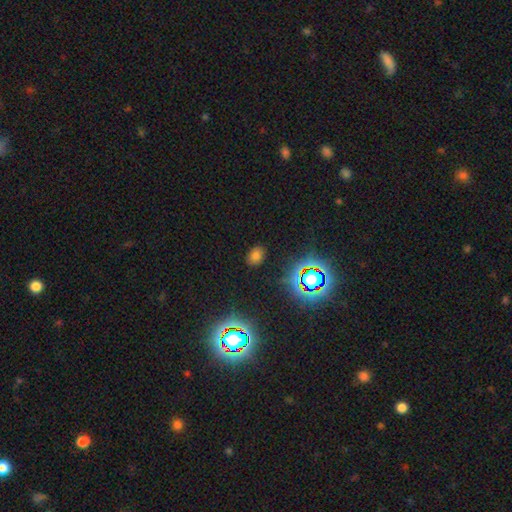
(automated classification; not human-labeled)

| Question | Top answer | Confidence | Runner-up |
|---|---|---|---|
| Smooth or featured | smooth | 64% | star or artifact (28%) |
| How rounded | in between | 64% | round (34%) |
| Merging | none | 86% | minor disturbance (10%) |